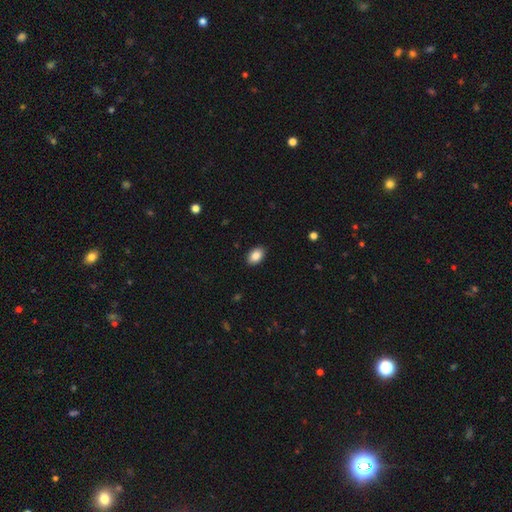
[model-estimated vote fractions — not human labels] A smooth galaxy with no disk features (88%) that is in between round and cigar-shaped (90%). Merging: none (89%).